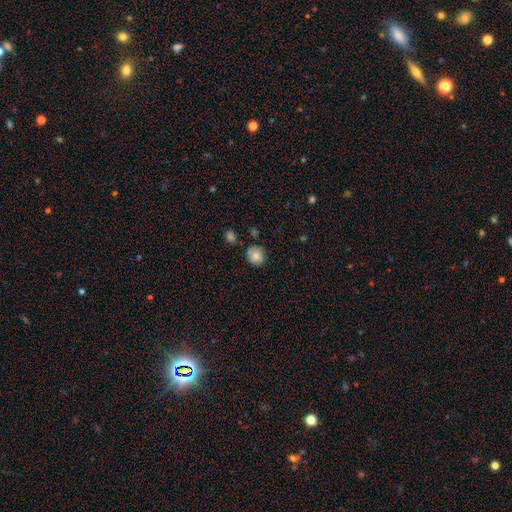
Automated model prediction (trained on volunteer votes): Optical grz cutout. It shows a smooth galaxy with no disk features (80%) that is round (79%). Merging: none (75%).